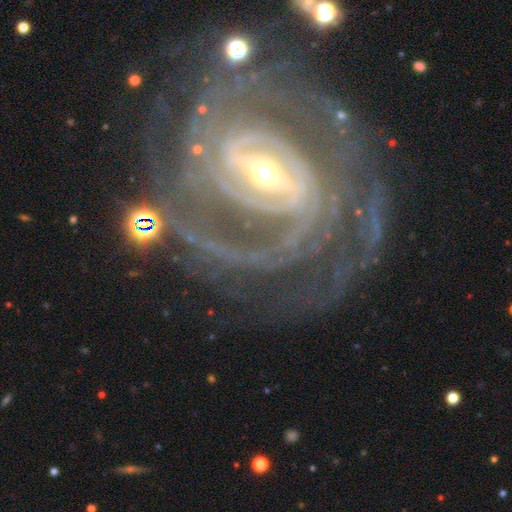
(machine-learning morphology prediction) smooth_or_featured: featured or disk (p=0.90) [alt: star or artifact p=0.06]
disk_edge_on: no (p=0.97) [alt: yes p=0.03]
bar: strong (p=0.65) [alt: weak p=0.25]
has_spiral_arms: yes (p=0.97) [alt: no p=0.03]
spiral_winding: tight (p=0.57) [alt: medium p=0.34]
spiral_arm_count: 2 (p=0.31) [alt: 3 p=0.19]
bulge_size: small (p=0.55) [alt: moderate p=0.39]
merging: none (p=0.61) [alt: major disturbance p=0.18]